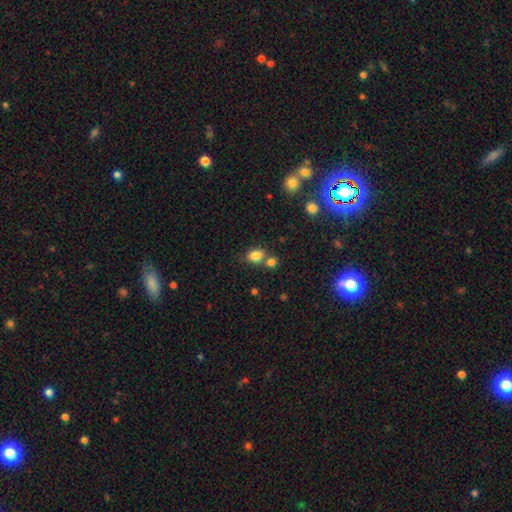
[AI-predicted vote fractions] Smooth or featured: smooth — 83% (star or artifact — 11%)
How rounded: in between — 69% (round — 30%)
Merging: none — 56% (merger — 28%)